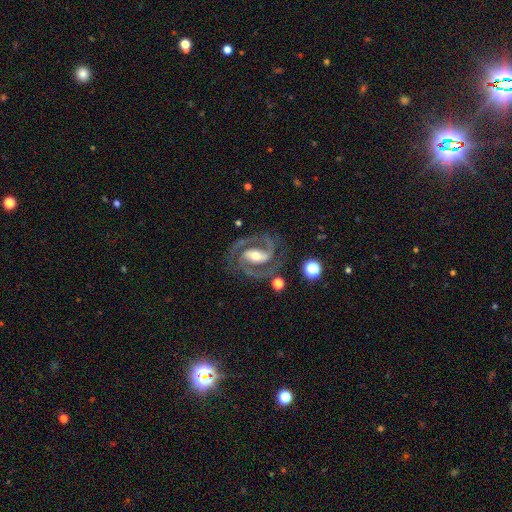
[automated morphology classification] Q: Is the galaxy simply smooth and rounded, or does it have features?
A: featured or disk — 92%.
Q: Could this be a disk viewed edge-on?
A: no — 97%.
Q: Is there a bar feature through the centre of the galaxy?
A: strong — 52%.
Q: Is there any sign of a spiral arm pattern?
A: yes — 98%.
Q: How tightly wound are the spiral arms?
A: medium — 57%.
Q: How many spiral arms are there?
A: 2 — 90%.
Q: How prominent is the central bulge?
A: moderate — 63%.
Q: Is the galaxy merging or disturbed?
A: none — 78%.